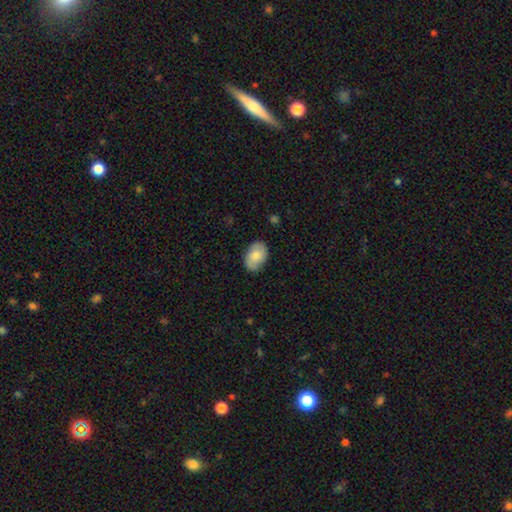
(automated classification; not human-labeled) Smooth or featured? Predicted: smooth (p=0.74). How rounded? Predicted: in between (p=0.86). Merging? Predicted: none (p=0.80).